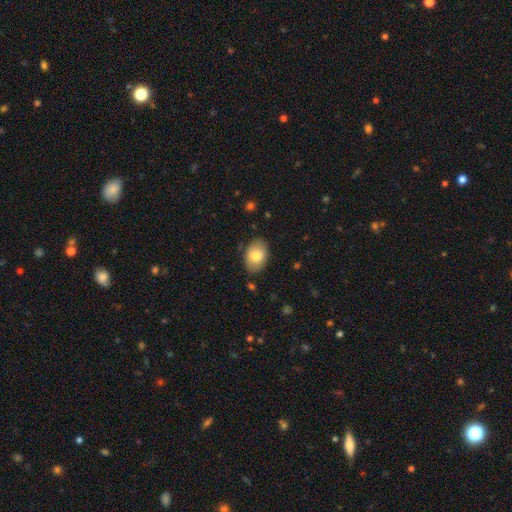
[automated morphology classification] smooth 79%, featured or disk 14%, star or artifact 7%. Down the decision tree: how rounded — in between (86%); merging — none (83%).